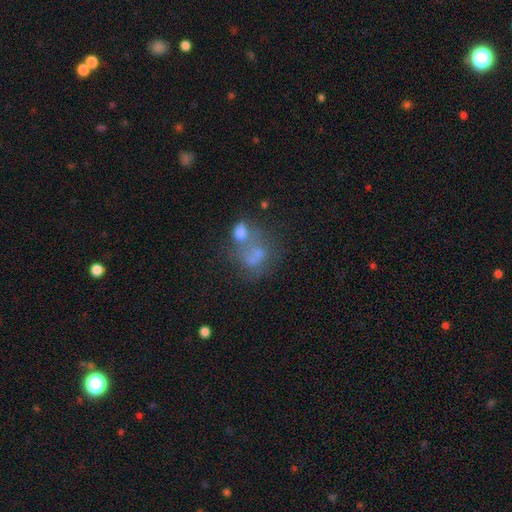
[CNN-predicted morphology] Smooth or featured? smooth (52%)
How rounded? in between (50%)
Merging? merger (47%)